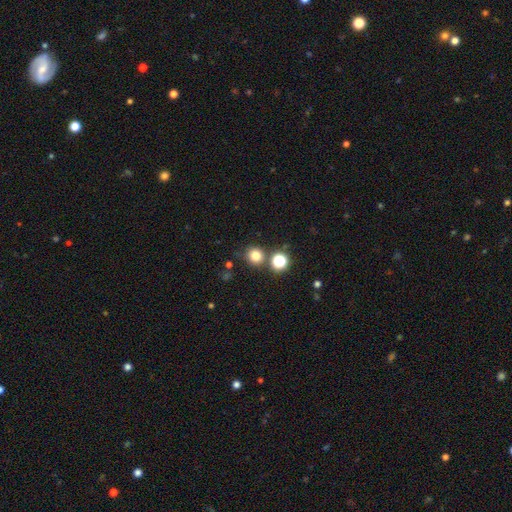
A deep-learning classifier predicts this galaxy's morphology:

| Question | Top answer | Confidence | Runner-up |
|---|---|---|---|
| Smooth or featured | smooth | 78% | star or artifact (17%) |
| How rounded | round | 91% | in between (8%) |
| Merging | none | 77% | merger (11%) |